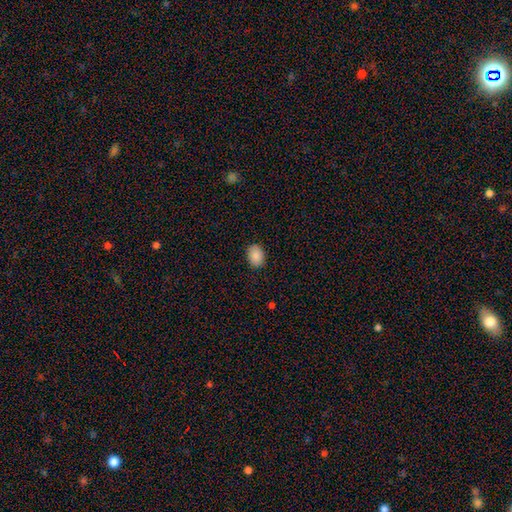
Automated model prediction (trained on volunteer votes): A smooth galaxy with no disk features (88%) that is in between round and cigar-shaped (77%). Merging: none (89%).